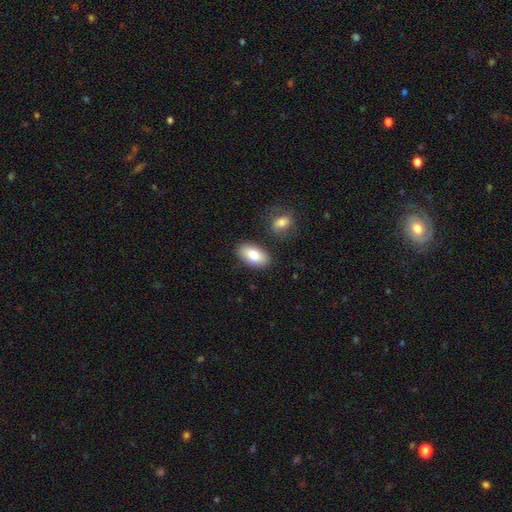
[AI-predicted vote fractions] A smooth galaxy with no disk features (81%) that is in between round and cigar-shaped (93%). Merging: none (82%).